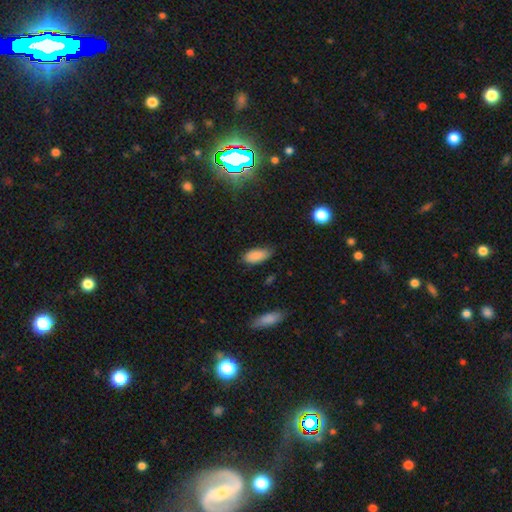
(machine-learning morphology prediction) smooth-or-featured: smooth: 86% | star or artifact: 7% | featured or disk: 7%
  how-rounded: in between: 89% | cigar-shaped: 9% | round: 2%
  merging: none: 74% | minor disturbance: 21% | major disturbance: 3% | merger: 2%